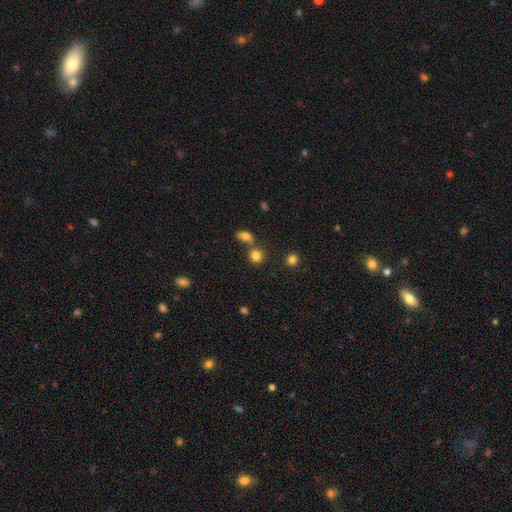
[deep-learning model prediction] A smooth galaxy with no disk features (82%) that is round (81%). Merging: none (60%).